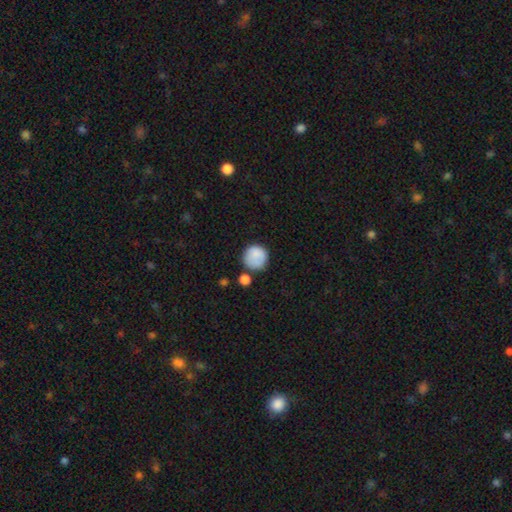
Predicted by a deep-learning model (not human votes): Overall: smooth (84%). How rounded: round (92%). Merging: none (67%).